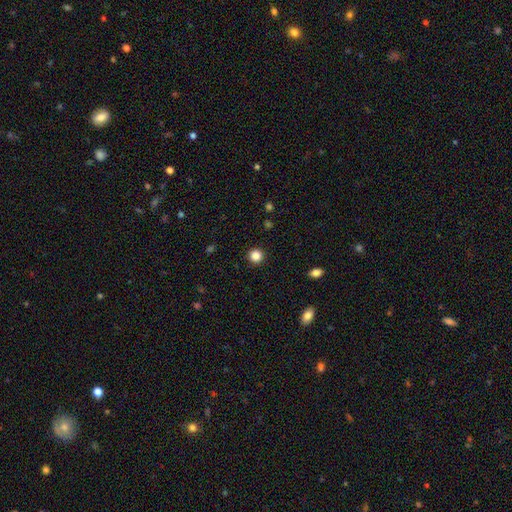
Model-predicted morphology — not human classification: A smooth galaxy with no disk features (85%) that is round (95%).

Vote fractions:
- Smooth or featured? smooth: 85% / star or artifact: 11% / featured or disk: 3%
- How rounded? round: 95% / in between: 4% / cigar-shaped: 1%
- Merging? none: 93% / minor disturbance: 4% / major disturbance: 2% / merger: 1%